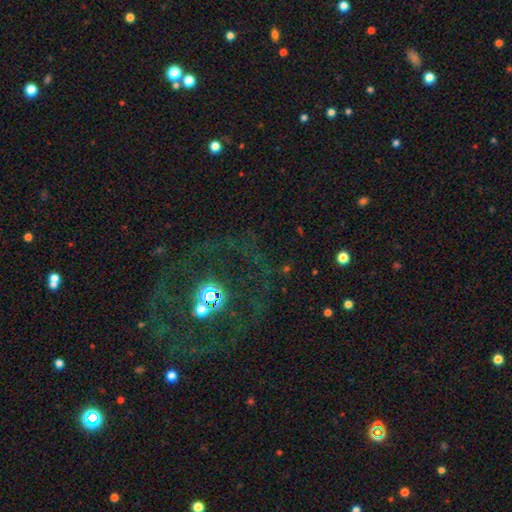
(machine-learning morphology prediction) Smooth or featured: star or artifact — 54% (featured or disk — 25%)